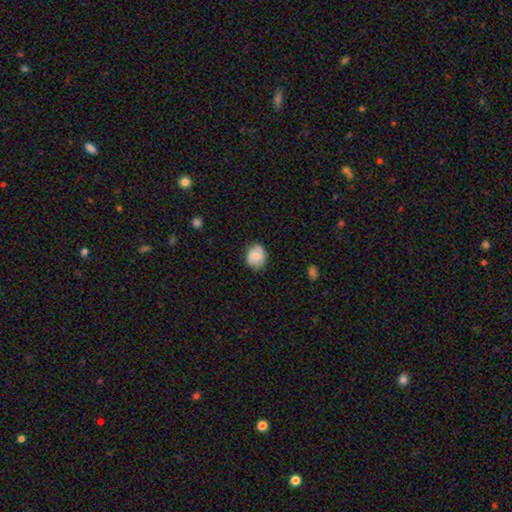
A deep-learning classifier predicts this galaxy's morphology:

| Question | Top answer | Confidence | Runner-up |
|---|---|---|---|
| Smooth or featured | smooth | 75% | featured or disk (18%) |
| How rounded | round | 65% | in between (34%) |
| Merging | none | 79% | minor disturbance (17%) |